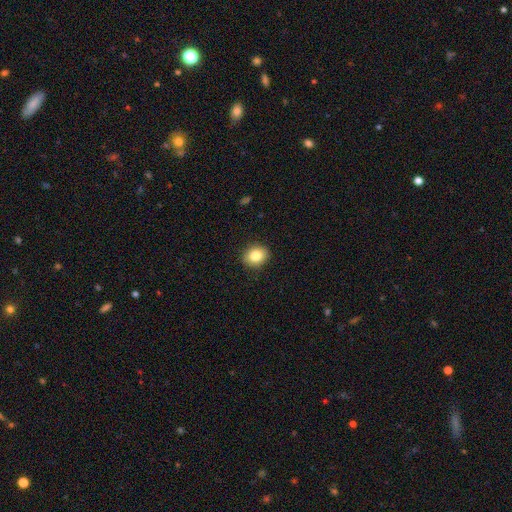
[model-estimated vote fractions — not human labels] smooth 83%, star or artifact 9%, featured or disk 7%. Down the decision tree: how rounded — round (61%); merging — none (90%).